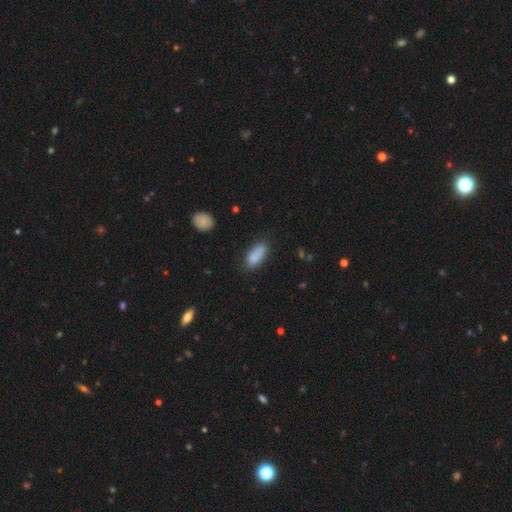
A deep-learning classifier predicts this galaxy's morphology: Smooth or featured? smooth (86%)
How rounded? in between (81%)
Merging? none (70%)